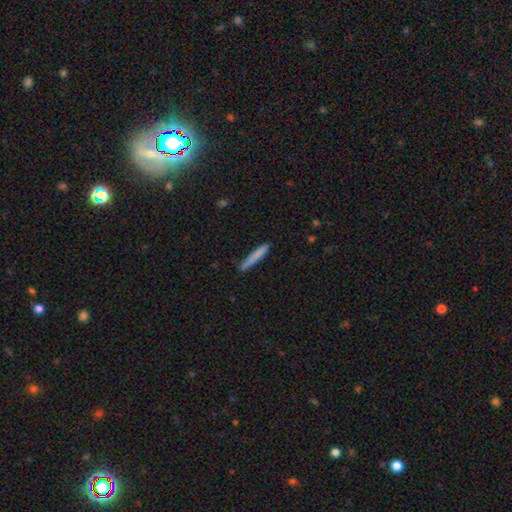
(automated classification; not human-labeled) The model was most divided on "smooth or featured": smooth: 79%, featured or disk: 15%, star or artifact: 6%. More confident: how rounded — cigar-shaped (95%); merging — none (82%).